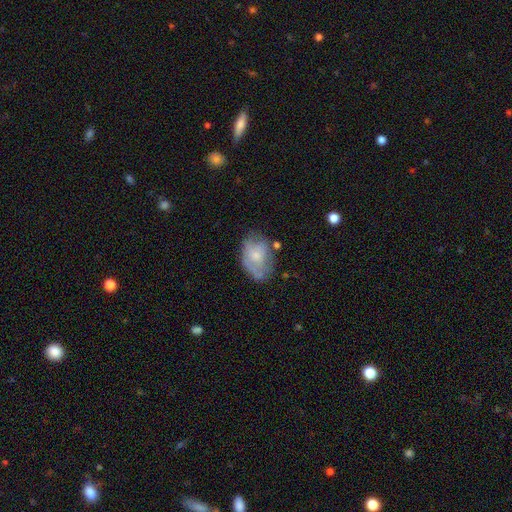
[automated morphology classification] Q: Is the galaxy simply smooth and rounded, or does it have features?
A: smooth — 49%.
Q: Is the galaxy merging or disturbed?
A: none — 48%.